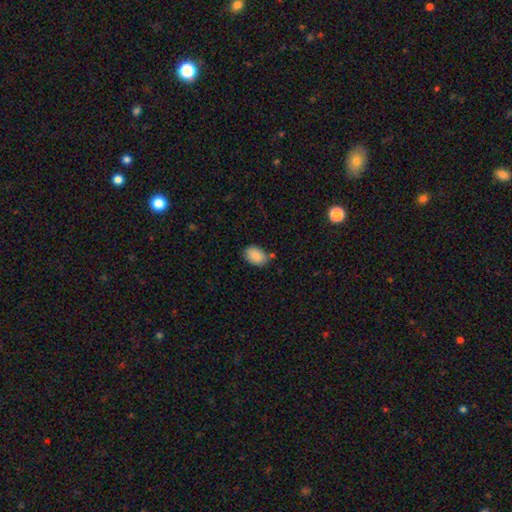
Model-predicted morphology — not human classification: Q: Smooth or featured?
A: smooth (88%); runner-up: star or artifact (7%)
Q: How rounded?
A: in between (82%); runner-up: round (17%)
Q: Merging?
A: none (71%); runner-up: minor disturbance (19%)